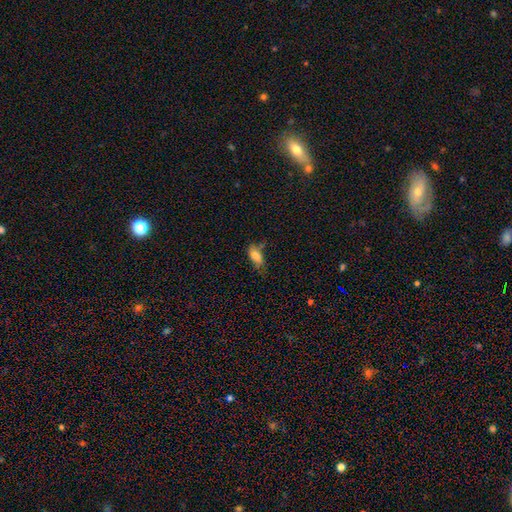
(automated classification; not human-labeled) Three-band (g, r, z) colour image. It shows a smooth galaxy with no disk features (79%) that is in between round and cigar-shaped (86%). Merging: none (52%).